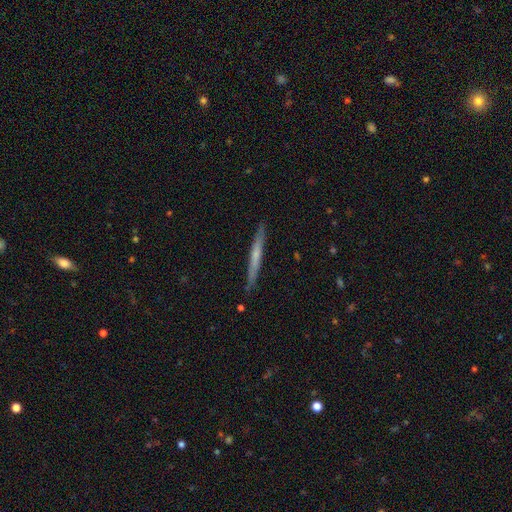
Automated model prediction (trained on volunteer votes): This appears to be a featured or disk galaxy (50%) viewed edge-on (96%). Merging: none (89%).